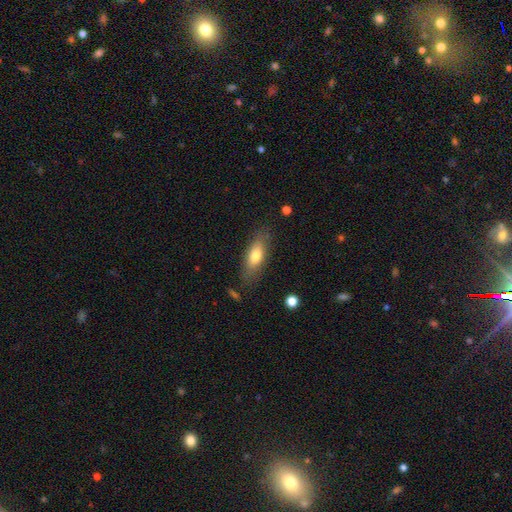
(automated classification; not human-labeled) smooth_or_featured: smooth (p=0.72) [alt: featured or disk p=0.21]
how_rounded: in between (p=0.69) [alt: cigar-shaped p=0.28]
merging: none (p=0.79) [alt: minor disturbance p=0.15]